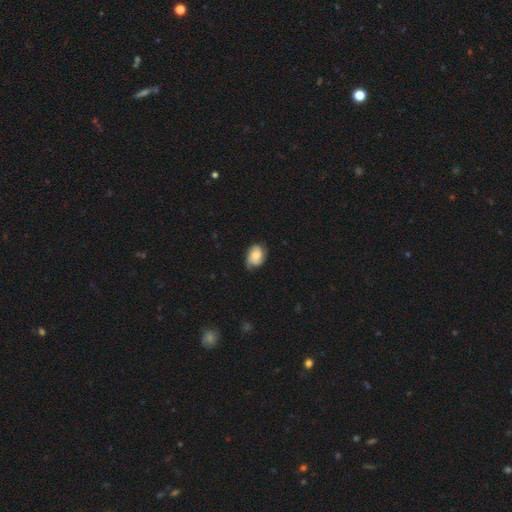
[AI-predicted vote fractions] smooth 52%, featured or disk 40%, star or artifact 8%. Down the decision tree: how rounded — in between (72%); merging — none (60%).